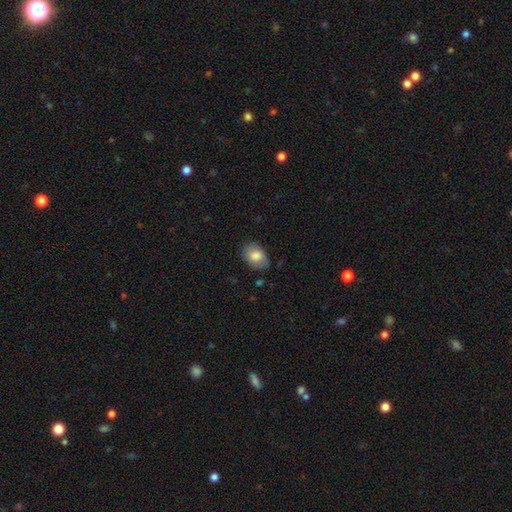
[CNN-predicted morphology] smooth-or-featured: smooth: 81% | featured or disk: 12% | star or artifact: 7%
  how-rounded: in between: 83% | round: 16% | cigar-shaped: 1%
  merging: none: 75% | minor disturbance: 19% | major disturbance: 4% | merger: 1%